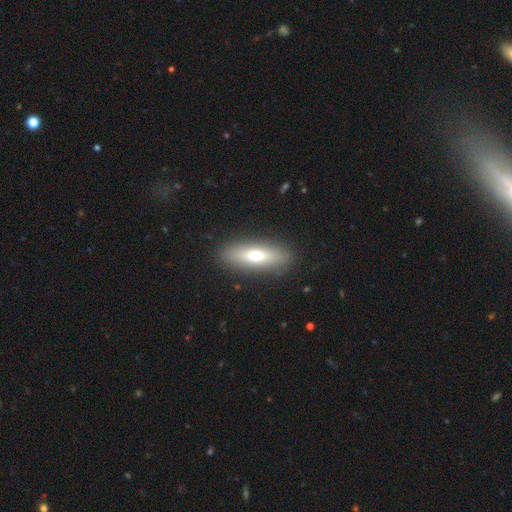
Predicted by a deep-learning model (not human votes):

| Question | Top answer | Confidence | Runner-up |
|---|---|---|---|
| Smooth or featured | smooth | 64% | featured or disk (30%) |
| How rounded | cigar-shaped | 50% | in between (47%) |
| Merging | none | 89% | minor disturbance (7%) |